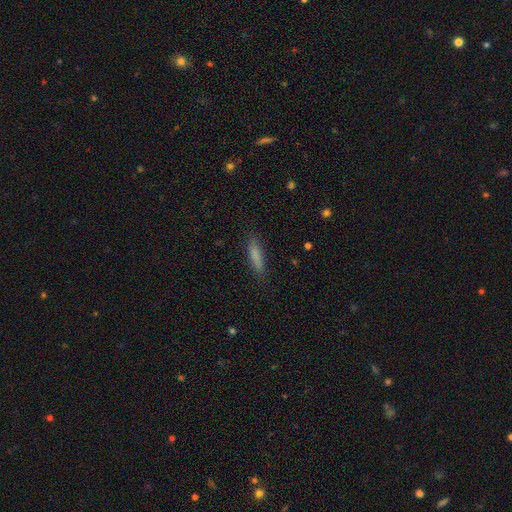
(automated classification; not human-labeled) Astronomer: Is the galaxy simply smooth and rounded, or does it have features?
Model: smooth — 83%.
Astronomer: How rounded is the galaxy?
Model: cigar-shaped — 75%.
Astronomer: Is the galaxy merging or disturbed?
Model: none — 86%.